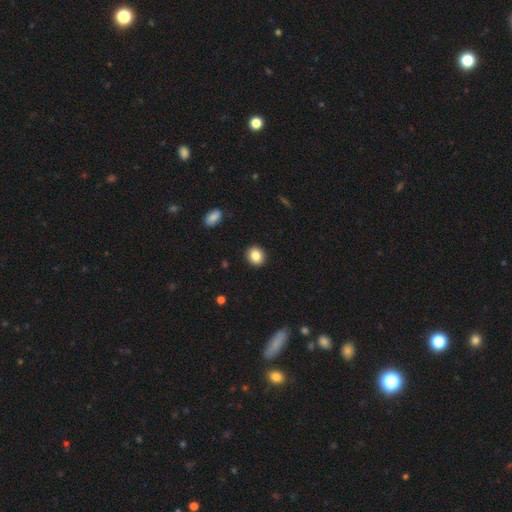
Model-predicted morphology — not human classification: Smooth or featured?
  - smooth: 84% *
  - star or artifact: 9%
  - featured or disk: 6%
How rounded?
  - round: 75% *
  - in between: 24%
  - cigar-shaped: 1%
Merging?
  - none: 92% *
  - minor disturbance: 5%
  - major disturbance: 2%
  - merger: 1%